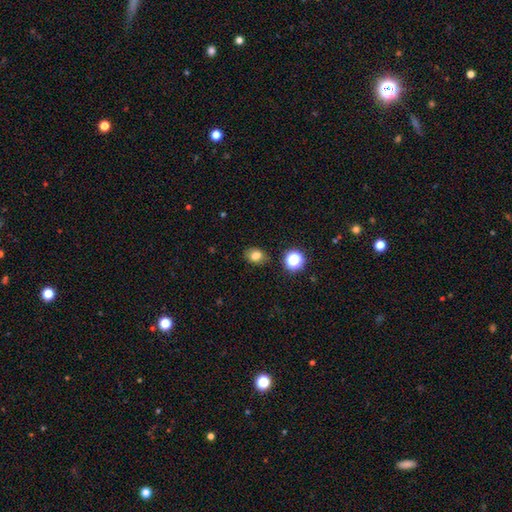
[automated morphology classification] Overall: smooth (79%). How rounded: in between (58%; round 41%). Merging: none (85%).